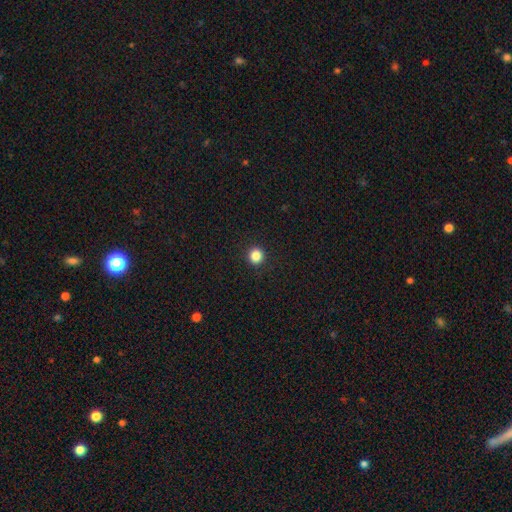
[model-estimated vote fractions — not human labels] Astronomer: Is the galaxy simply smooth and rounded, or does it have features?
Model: smooth — 85%.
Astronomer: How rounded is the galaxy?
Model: round — 94%.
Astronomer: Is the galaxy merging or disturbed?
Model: none — 93%.